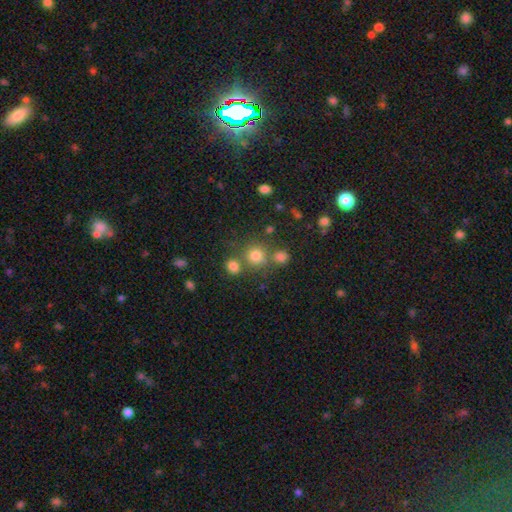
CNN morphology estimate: Smooth or featured?
  - smooth: 76% *
  - star or artifact: 17%
  - featured or disk: 8%
How rounded?
  - round: 88% *
  - in between: 11%
  - cigar-shaped: 1%
Merging?
  - none: 68% *
  - merger: 20%
  - minor disturbance: 9%
  - major disturbance: 4%